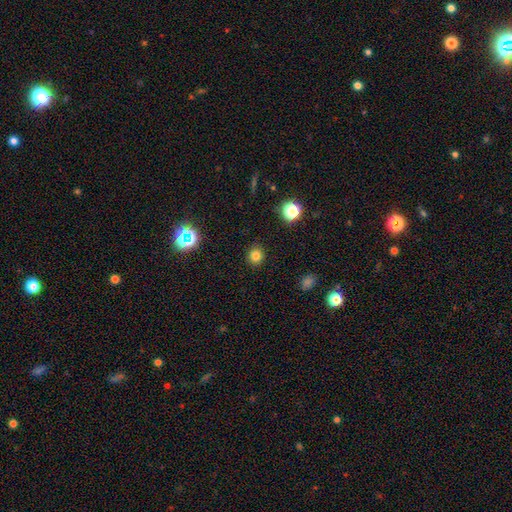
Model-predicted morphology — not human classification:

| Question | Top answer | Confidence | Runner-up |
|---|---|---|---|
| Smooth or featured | smooth | 78% | star or artifact (16%) |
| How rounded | round | 87% | in between (12%) |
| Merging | none | 89% | minor disturbance (7%) |